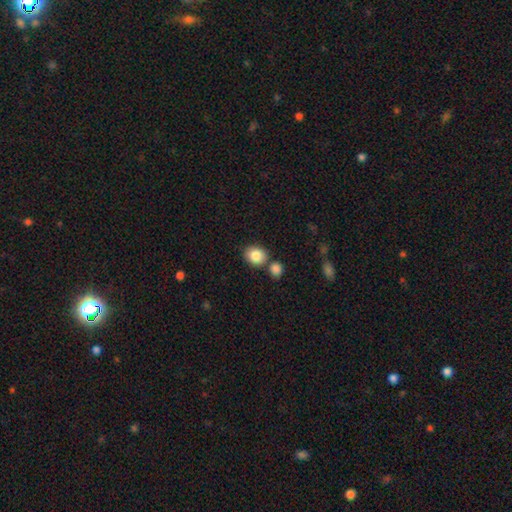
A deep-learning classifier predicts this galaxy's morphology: Smooth or featured? Predicted: smooth (p=0.86). How rounded? Predicted: round (p=0.60). Merging? Predicted: none (p=0.68).